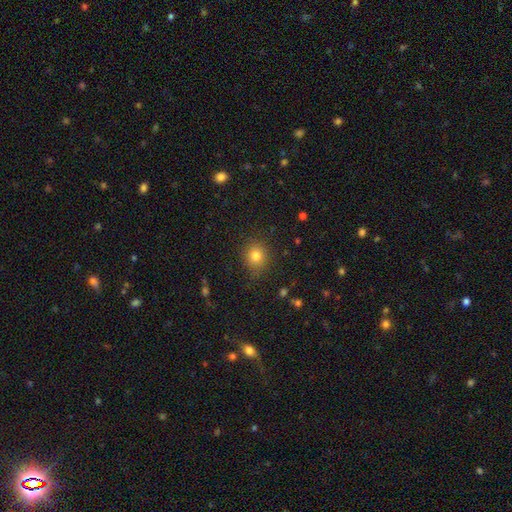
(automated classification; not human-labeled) Smooth or featured? Predicted: smooth (p=0.80). How rounded? Predicted: round (p=0.82). Merging? Predicted: none (p=0.83).